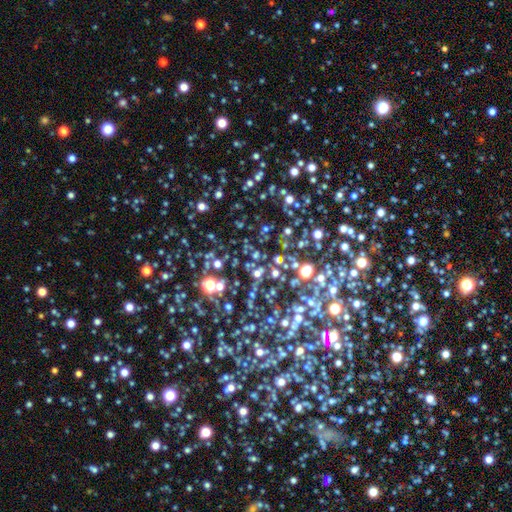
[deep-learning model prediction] Smooth or featured? star or artifact (60%)